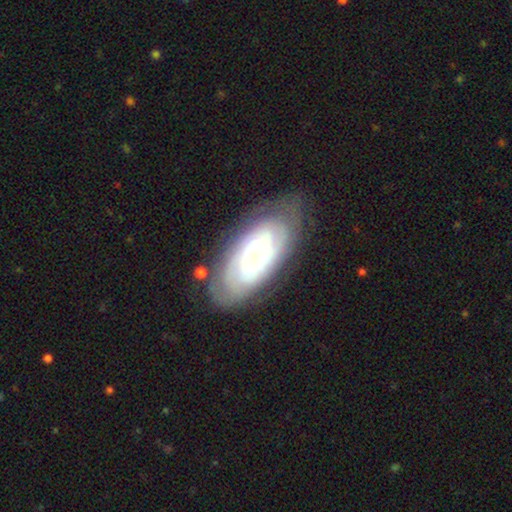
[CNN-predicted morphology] Smooth or featured: featured or disk — 74% (smooth — 19%)
Edge-on disk: no — 93% (yes — 7%)
Bar: no — 82% (weak — 14%)
Spiral arms: yes — 86% (no — 14%)
Spiral winding: tight — 78% (medium — 17%)
Spiral arm count: can't tell — 55% (2 — 17%)
Bulge size: small — 73% (moderate — 22%)
Merging: none — 72% (minor disturbance — 19%)